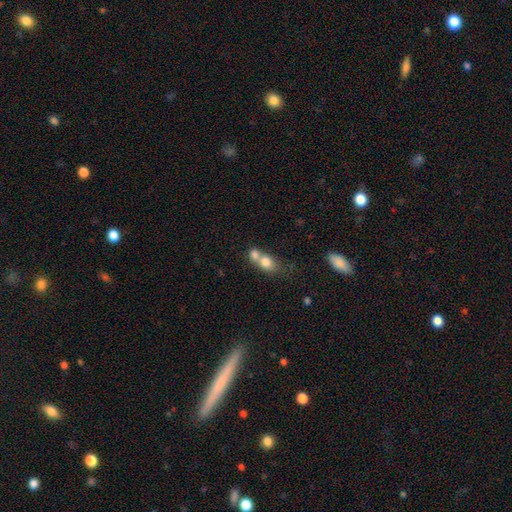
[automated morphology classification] Smooth or featured: smooth — 74% (featured or disk — 18%)
How rounded: in between — 52% (round — 44%)
Merging: merger — 70% (none — 20%)